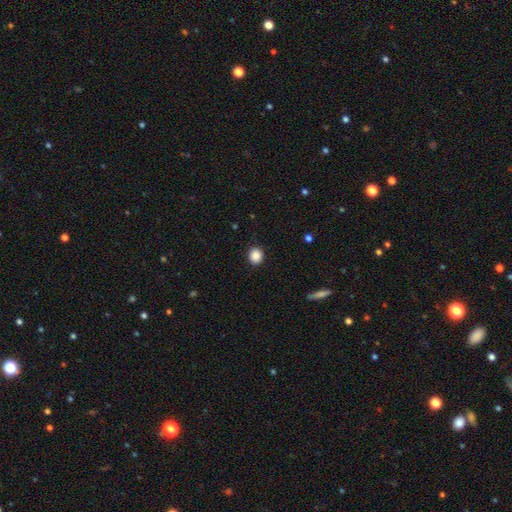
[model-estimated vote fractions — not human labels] Smooth or featured? Predicted: smooth (p=0.88). How rounded? Predicted: round (p=0.81). Merging? Predicted: none (p=0.91).